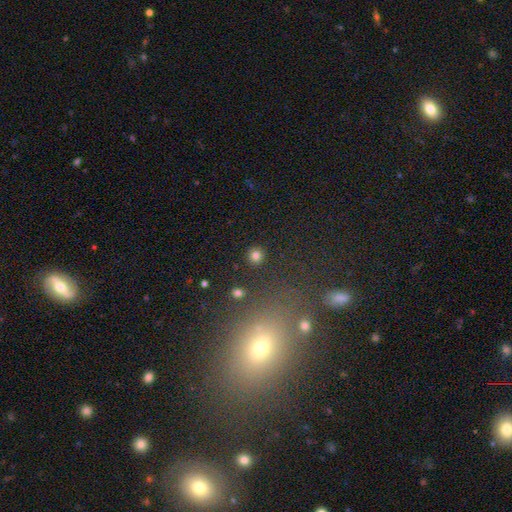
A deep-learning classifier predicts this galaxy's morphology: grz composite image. It shows a smooth galaxy with no disk features (81%) that is round (94%). Merging: none (91%).